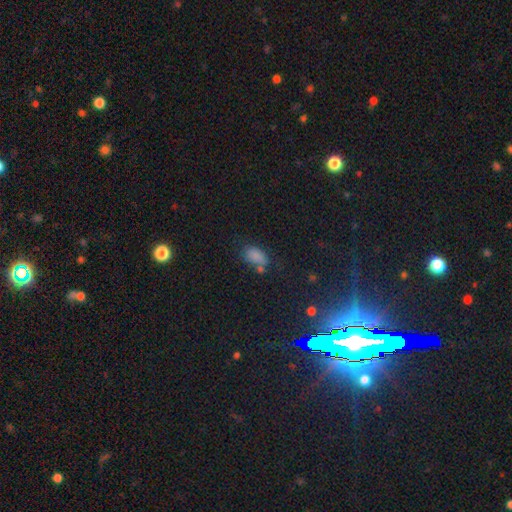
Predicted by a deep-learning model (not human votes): Overall: smooth (79%). How rounded: in between (90%). Merging: none (52%; minor disturbance 23%).